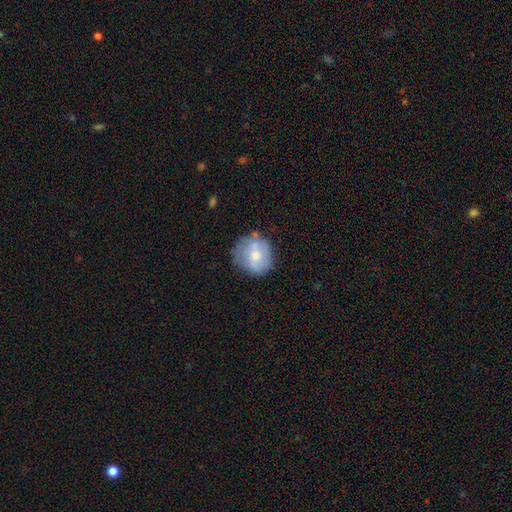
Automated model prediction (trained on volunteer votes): Smooth or featured?
  - smooth: 60% *
  - featured or disk: 32%
  - star or artifact: 7%
How rounded?
  - round: 84% *
  - in between: 15%
  - cigar-shaped: 1%
Merging?
  - none: 62% *
  - minor disturbance: 25%
  - major disturbance: 8%
  - merger: 5%